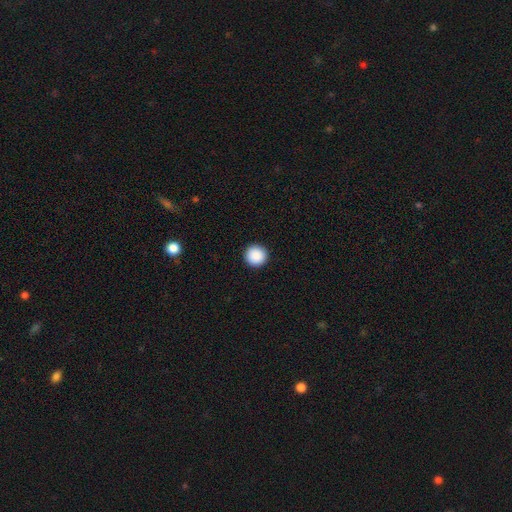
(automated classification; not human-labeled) This appears to be a smooth galaxy with no disk features (90%) that is round (96%). Merging: none (94%).